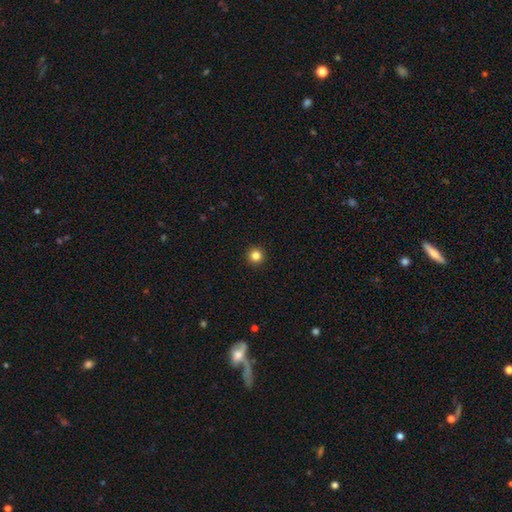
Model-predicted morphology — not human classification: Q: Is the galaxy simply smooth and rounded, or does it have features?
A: smooth — 84%.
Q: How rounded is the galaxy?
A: round — 96%.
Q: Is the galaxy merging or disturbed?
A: none — 94%.